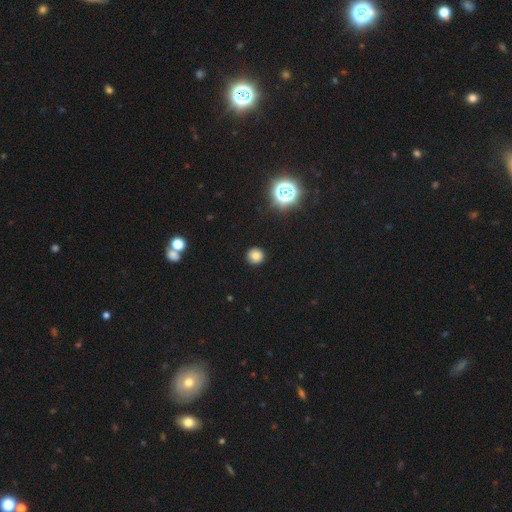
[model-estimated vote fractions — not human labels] Smooth or featured? Predicted: smooth (p=0.75). How rounded? Predicted: round (p=0.94). Merging? Predicted: none (p=0.90).